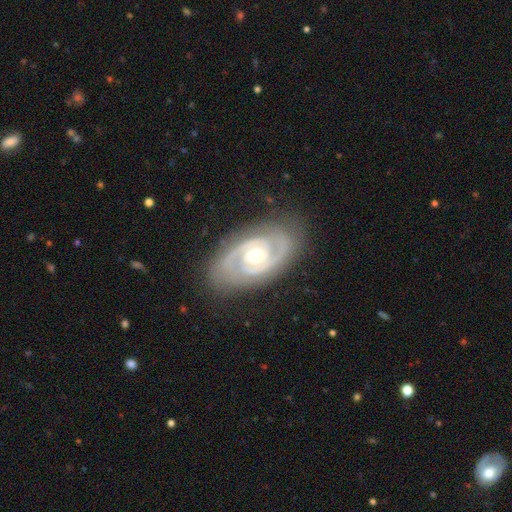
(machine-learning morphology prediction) type=featured or disk (91%); edge-on=no (96%); bar=no (56%); spiral arms=yes (98%); winding=tight (67%); arm count=2 (89%); bulge=moderate (59%); merging=none (83%).